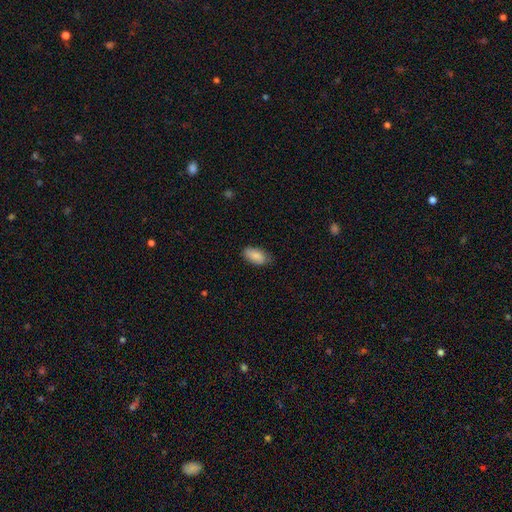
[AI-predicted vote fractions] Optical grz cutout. It shows a smooth galaxy with no disk features (87%) that is in between round and cigar-shaped (92%). Merging: none (79%).